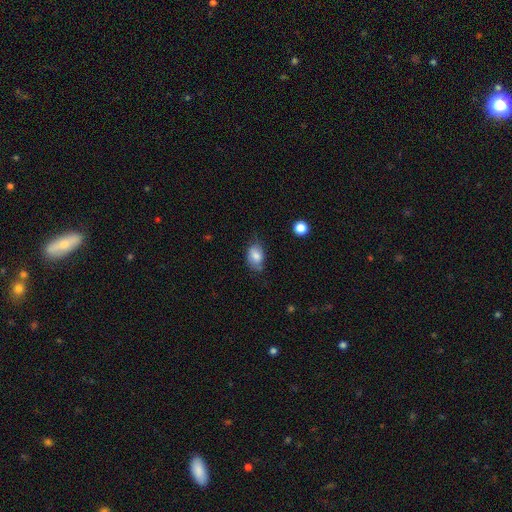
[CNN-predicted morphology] smooth_or_featured: smooth (p=0.79) [alt: featured or disk p=0.13]
how_rounded: in between (p=0.85) [alt: round p=0.14]
merging: none (p=0.65) [alt: minor disturbance p=0.26]